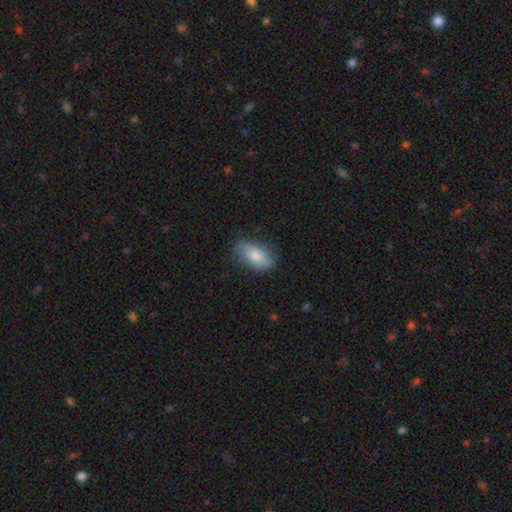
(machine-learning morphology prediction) The model was most divided on "merging": none: 73%, minor disturbance: 21%, major disturbance: 5%, merger: 1%. More confident: how rounded — in between (89%); smooth or featured — smooth (75%).